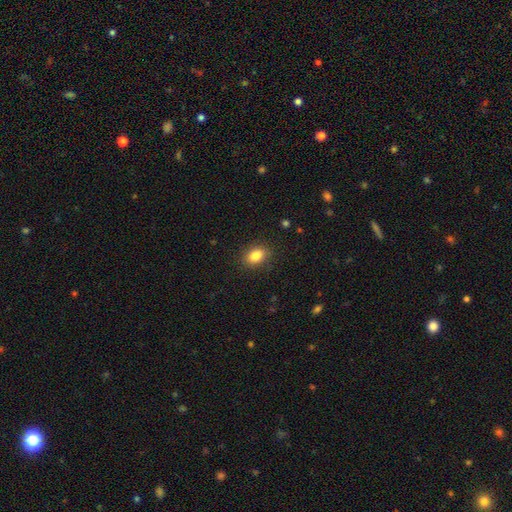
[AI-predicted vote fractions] The model was most divided on "how rounded": in between: 79%, round: 19%, cigar-shaped: 2%. More confident: merging — none (87%); smooth or featured — smooth (85%).